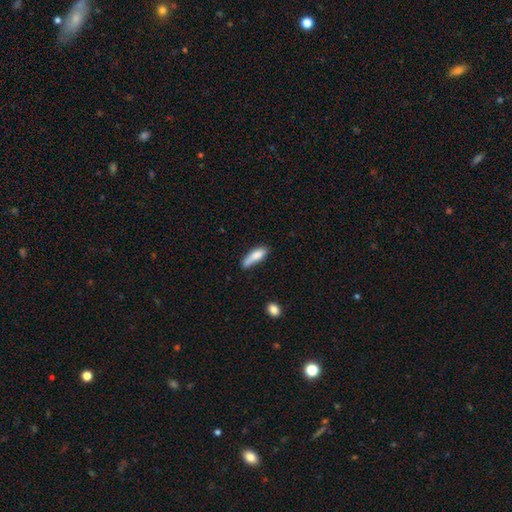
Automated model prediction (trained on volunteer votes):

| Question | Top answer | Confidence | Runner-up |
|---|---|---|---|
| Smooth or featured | smooth | 79% | featured or disk (14%) |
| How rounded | cigar-shaped | 53% | in between (45%) |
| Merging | none | 48% | minor disturbance (32%) |